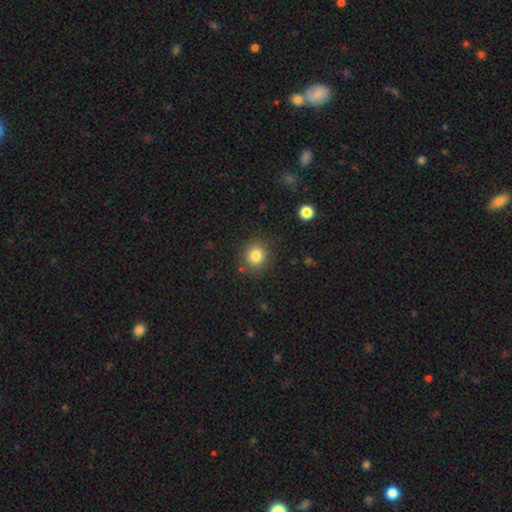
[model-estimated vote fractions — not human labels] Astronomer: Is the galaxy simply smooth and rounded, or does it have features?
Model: smooth — 83%.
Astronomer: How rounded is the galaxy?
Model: round — 77%.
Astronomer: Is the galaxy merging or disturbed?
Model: none — 85%.